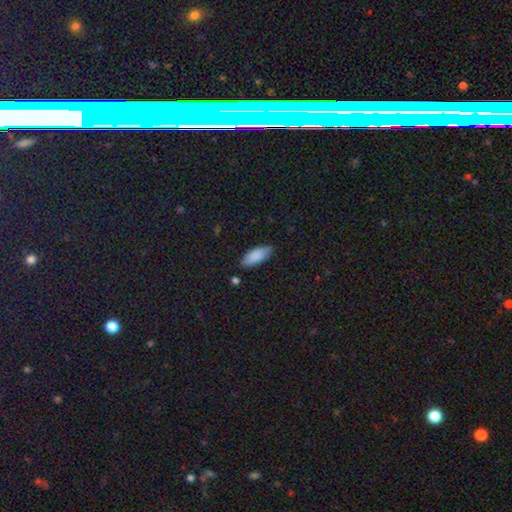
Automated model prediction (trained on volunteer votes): This appears to be a smooth galaxy with no disk features (86%) that is in between round and cigar-shaped (79%). Merging: none (82%).